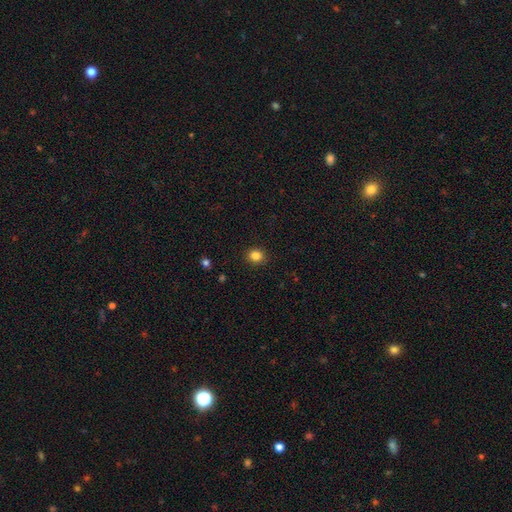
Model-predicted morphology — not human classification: Smooth or featured? Predicted: smooth (p=0.84). How rounded? Predicted: round (p=0.77). Merging? Predicted: none (p=0.91).